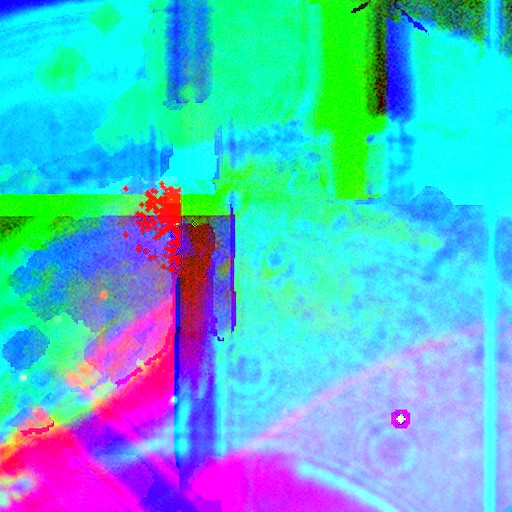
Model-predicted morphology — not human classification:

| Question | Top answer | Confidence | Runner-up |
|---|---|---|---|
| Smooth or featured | star or artifact | 86% | featured or disk (8%) |